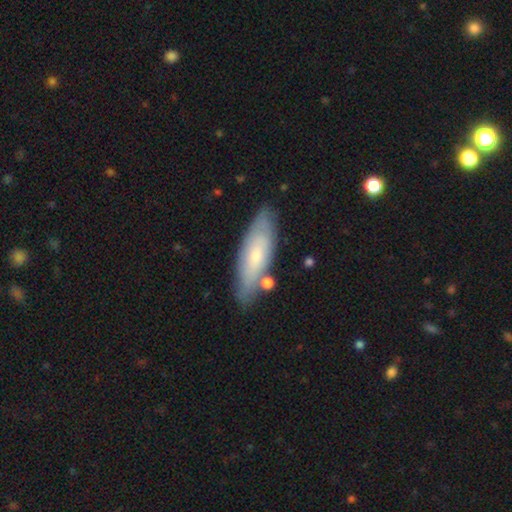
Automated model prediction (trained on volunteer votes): smooth_or_featured: smooth (p=0.59) [alt: featured or disk p=0.35]
how_rounded: in between (p=0.53) [alt: cigar-shaped p=0.45]
merging: none (p=0.76) [alt: minor disturbance p=0.16]